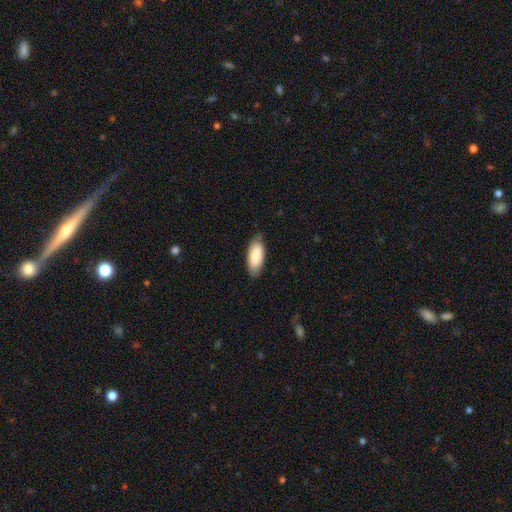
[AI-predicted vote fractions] Morphology: type=smooth (87%); roundness=in between (85%); merging=none (81%).